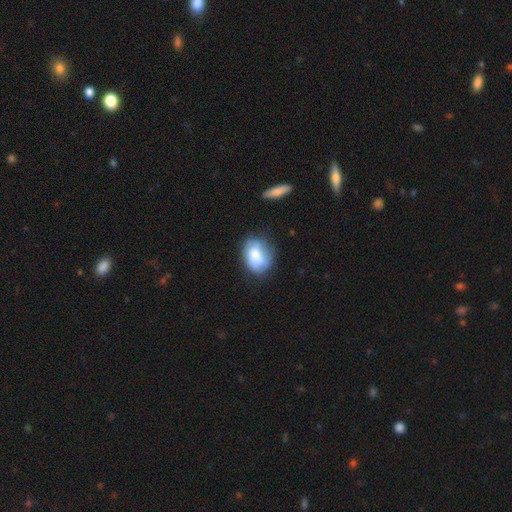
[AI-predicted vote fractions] Q: Smooth or featured?
A: smooth (70%); runner-up: featured or disk (22%)
Q: How rounded?
A: in between (69%); runner-up: round (30%)
Q: Merging?
A: none (57%); runner-up: minor disturbance (29%)